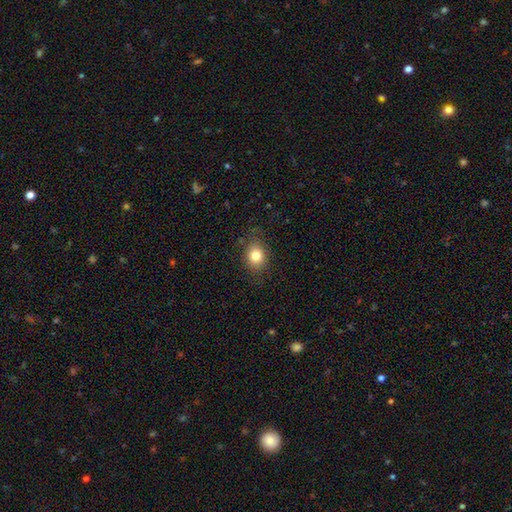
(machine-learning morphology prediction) The model was most divided on "how rounded": round: 52%, in between: 47%, cigar-shaped: 1%. More confident: merging — none (81%); smooth or featured — smooth (81%).